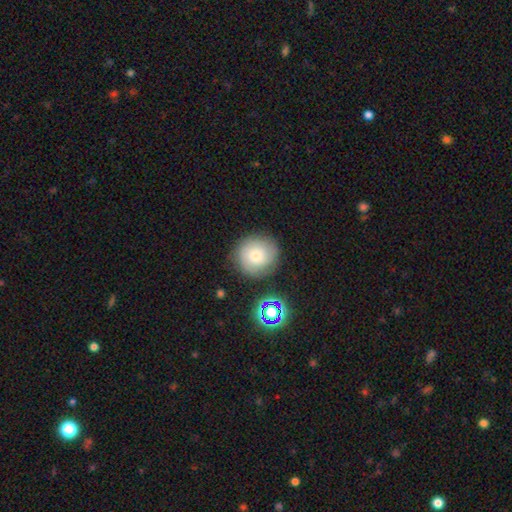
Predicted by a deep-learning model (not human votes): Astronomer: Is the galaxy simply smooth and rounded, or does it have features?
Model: smooth — 70%.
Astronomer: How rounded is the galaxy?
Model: round — 93%.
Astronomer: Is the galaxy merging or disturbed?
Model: none — 81%.